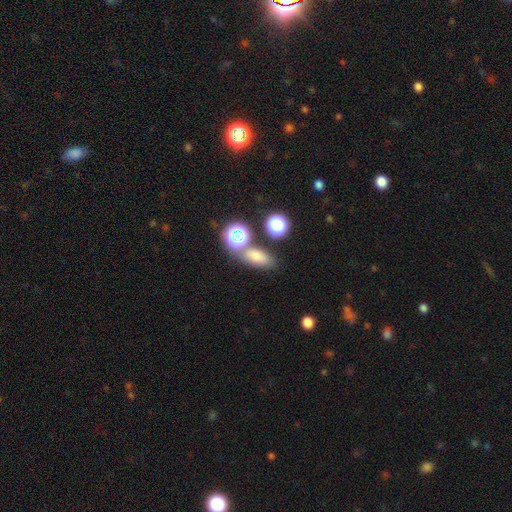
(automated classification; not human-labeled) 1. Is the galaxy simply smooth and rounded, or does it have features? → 71% smooth, 19% star or artifact, 10% featured or disk.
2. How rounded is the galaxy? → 71% in between, 23% round, 6% cigar-shaped.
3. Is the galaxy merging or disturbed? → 64% none, 19% merger, 12% minor disturbance, 5% major disturbance.